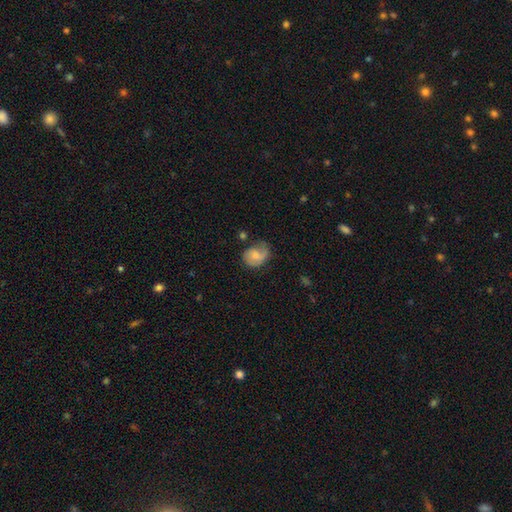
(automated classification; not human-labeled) smooth-or-featured: featured or disk: 46% (tied) | smooth: 46% (tied) | star or artifact: 8%
  merging: none: 51% | minor disturbance: 30% | major disturbance: 15% | merger: 4%